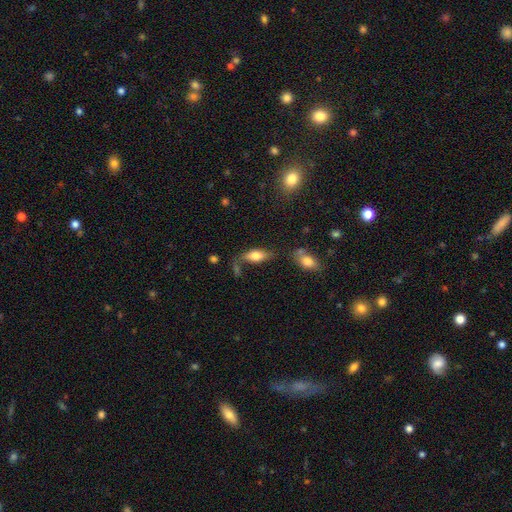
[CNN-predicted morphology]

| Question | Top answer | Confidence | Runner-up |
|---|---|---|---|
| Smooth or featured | smooth | 72% | featured or disk (20%) |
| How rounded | in between | 83% | cigar-shaped (13%) |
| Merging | none | 54% | minor disturbance (22%) |